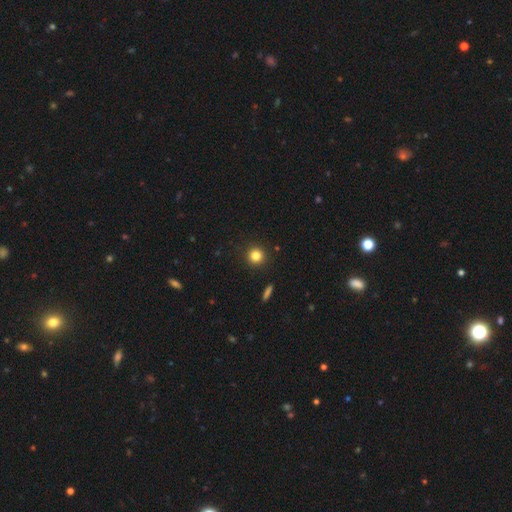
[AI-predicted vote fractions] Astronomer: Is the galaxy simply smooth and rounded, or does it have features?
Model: smooth — 82%.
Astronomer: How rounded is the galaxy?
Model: round — 94%.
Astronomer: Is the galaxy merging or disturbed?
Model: none — 92%.